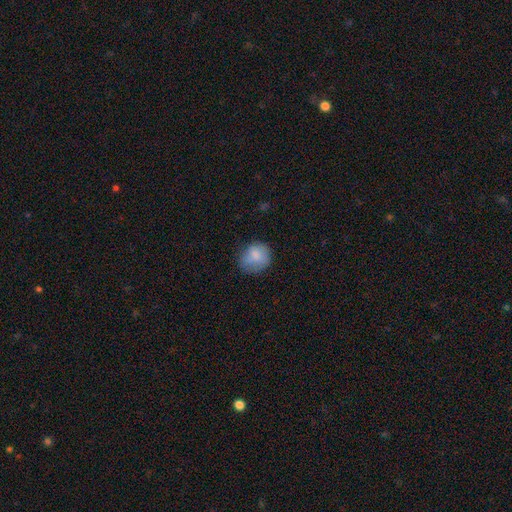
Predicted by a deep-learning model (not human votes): Smooth or featured? smooth (81%)
How rounded? round (70%)
Merging? none (62%)